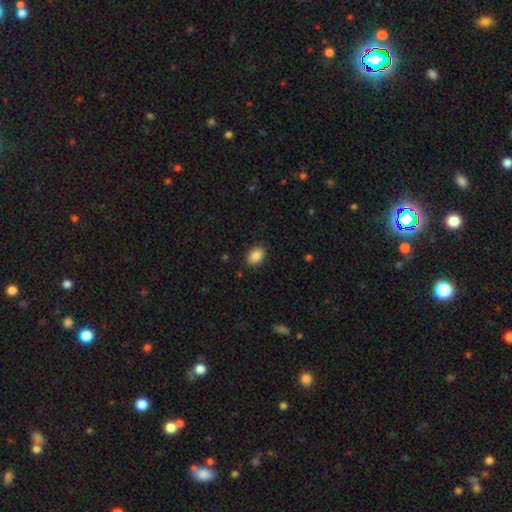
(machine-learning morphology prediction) Smooth or featured?
  - smooth: 87% *
  - star or artifact: 8%
  - featured or disk: 5%
How rounded?
  - in between: 79% *
  - round: 20%
  - cigar-shaped: 1%
Merging?
  - none: 89% *
  - minor disturbance: 8%
  - major disturbance: 2%
  - merger: 1%